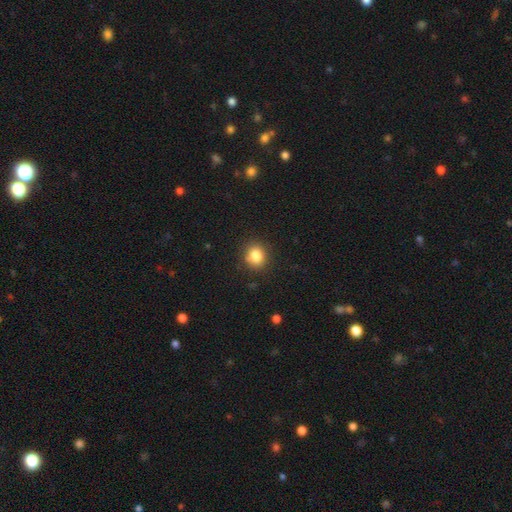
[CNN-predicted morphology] Overall: smooth (83%). How rounded: round (76%). Merging: none (84%).